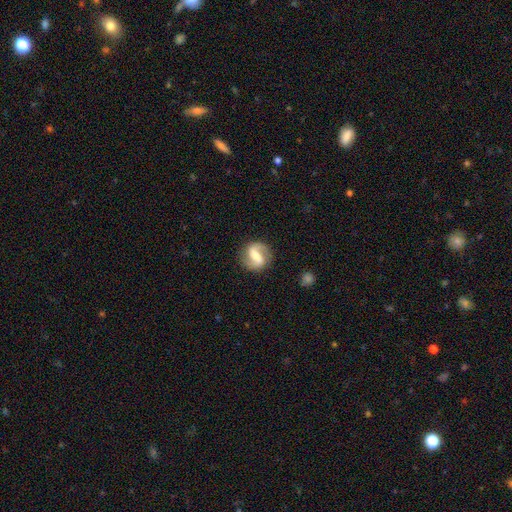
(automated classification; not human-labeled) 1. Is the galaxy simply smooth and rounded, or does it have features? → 80% featured or disk, 14% smooth, 5% star or artifact.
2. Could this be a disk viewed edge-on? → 98% no, 2% yes.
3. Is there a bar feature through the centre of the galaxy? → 44% strong, 40% weak, 17% no.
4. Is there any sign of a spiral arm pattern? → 94% yes, 6% no.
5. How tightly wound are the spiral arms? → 46% medium, 36% loose, 18% tight.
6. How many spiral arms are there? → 90% 2, 4% 1, 3% can't tell, 1% 3, 1% 4, 1% more than 4.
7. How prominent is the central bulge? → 46% moderate, 32% small, 11% large, 9% none, 2% dominant.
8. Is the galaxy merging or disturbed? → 83% none, 11% minor disturbance, 4% major disturbance, 1% merger.